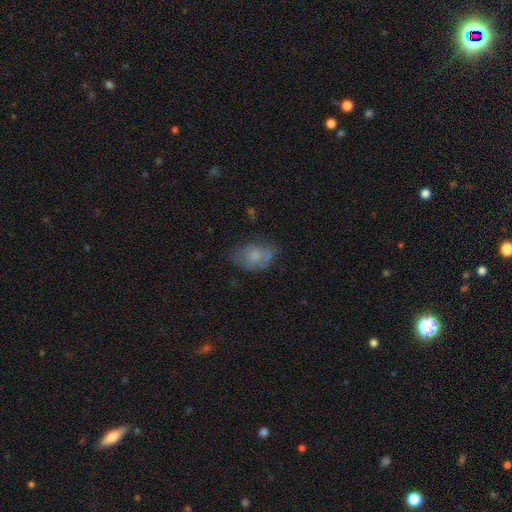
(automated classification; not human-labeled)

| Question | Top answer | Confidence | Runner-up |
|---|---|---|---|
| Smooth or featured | smooth | 67% | featured or disk (23%) |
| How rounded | in between | 84% | round (14%) |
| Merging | none | 49% | minor disturbance (30%) |